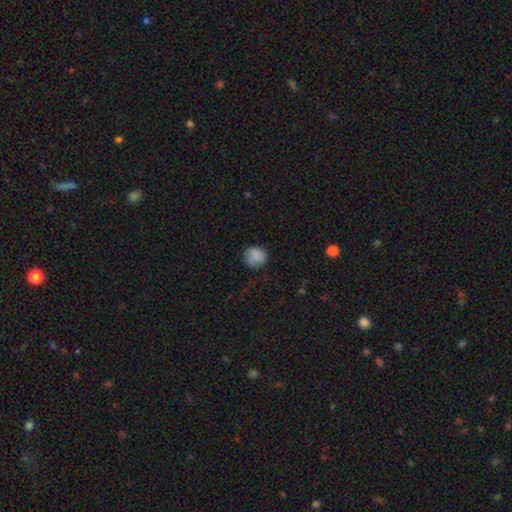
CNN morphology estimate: Q: Smooth or featured?
A: smooth (86%); runner-up: star or artifact (9%)
Q: How rounded?
A: round (90%); runner-up: in between (9%)
Q: Merging?
A: none (83%); runner-up: minor disturbance (13%)